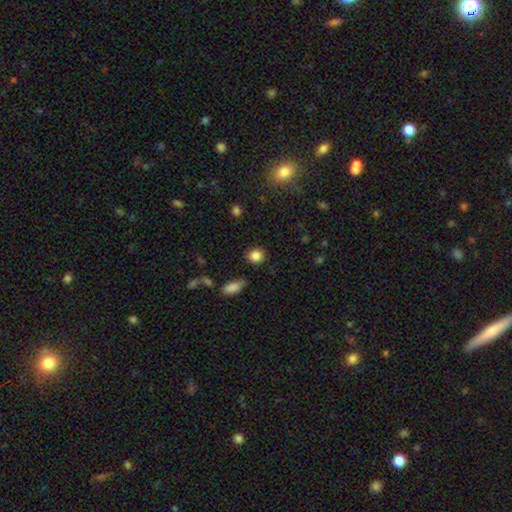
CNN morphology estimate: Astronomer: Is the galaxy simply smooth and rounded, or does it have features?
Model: smooth — 86%.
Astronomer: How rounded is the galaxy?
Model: round — 82%.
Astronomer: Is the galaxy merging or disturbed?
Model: none — 86%.